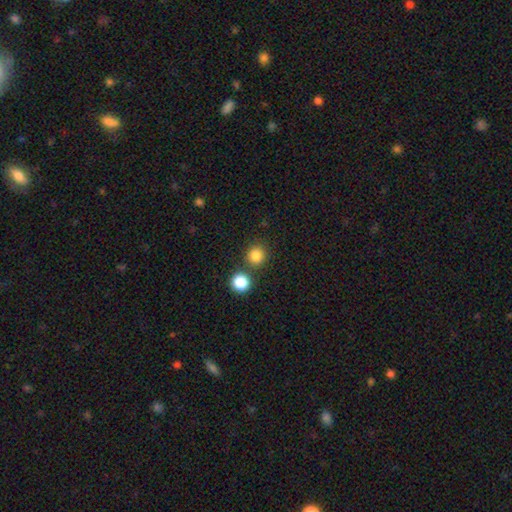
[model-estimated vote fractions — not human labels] Morphology: type=smooth (83%); roundness=round (90%); merging=none (77%).